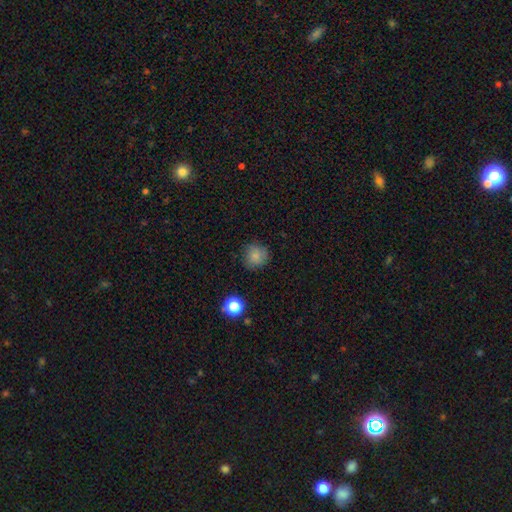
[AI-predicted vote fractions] smooth 82%, star or artifact 12%, featured or disk 6%. Down the decision tree: how rounded — round (91%); merging — none (83%).